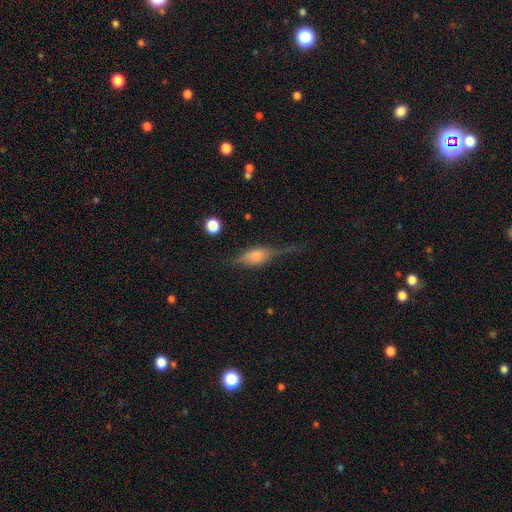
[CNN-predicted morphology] smooth_or_featured: featured or disk (p=0.55) [alt: smooth p=0.36]
disk_edge_on: yes (p=0.92) [alt: no p=0.08]
edge_on_bulge: rounded (p=0.82) [alt: boxy p=0.14]
merging: none (p=0.53) [alt: minor disturbance p=0.27]